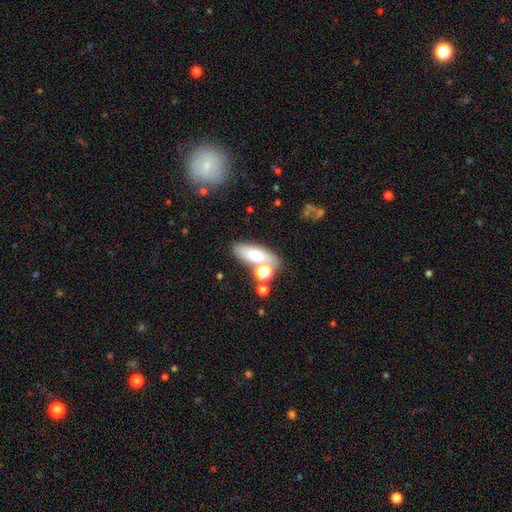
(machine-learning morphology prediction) type=smooth (67%); roundness=in between (68%); merging=none (58%).